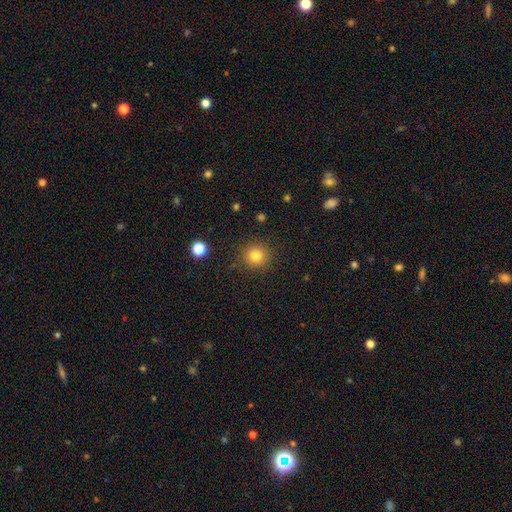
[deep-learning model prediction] Smooth or featured? smooth (81%)
How rounded? round (93%)
Merging? none (88%)